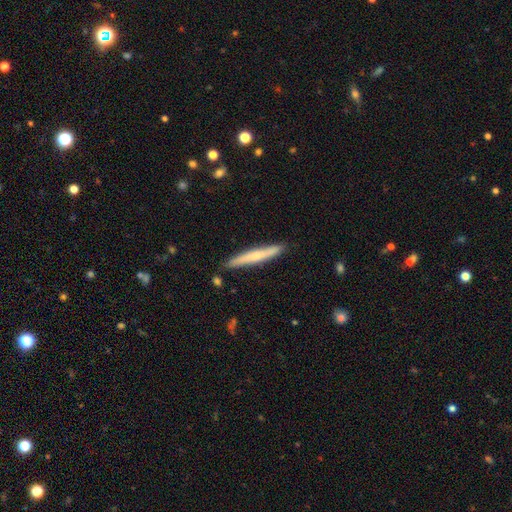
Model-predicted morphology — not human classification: This appears to be a smooth galaxy with no disk features (54%) that is cigar-shaped (96%). Merging: none (87%).